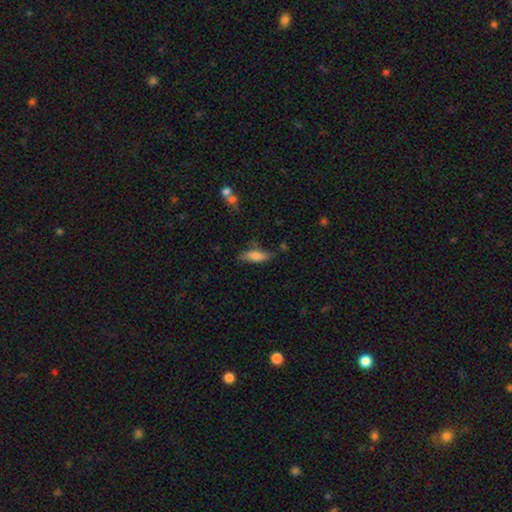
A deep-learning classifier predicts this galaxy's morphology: Q: Smooth or featured?
A: smooth (76%); runner-up: featured or disk (16%)
Q: How rounded?
A: in between (61%); runner-up: cigar-shaped (37%)
Q: Merging?
A: none (61%); runner-up: minor disturbance (27%)